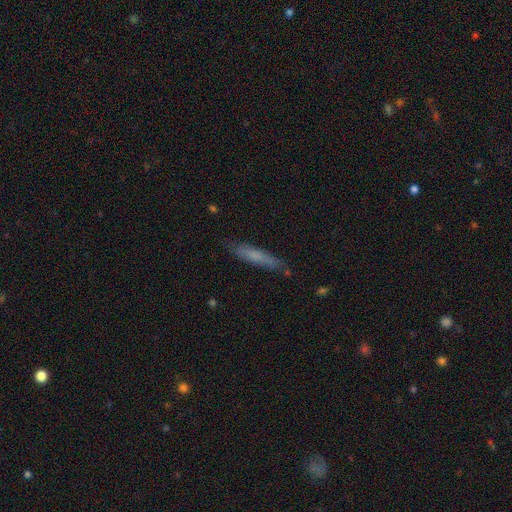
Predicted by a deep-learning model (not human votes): This is likely a smooth galaxy (65%). How rounded: clearly cigar-shaped (90%). Merging: likely none (78%).